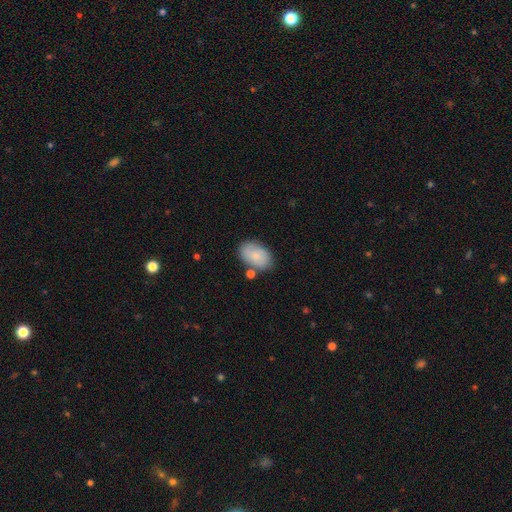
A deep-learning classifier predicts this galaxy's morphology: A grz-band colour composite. It shows a smooth galaxy with no disk features (78%) that is in between round and cigar-shaped (90%). Merging: none (72%).